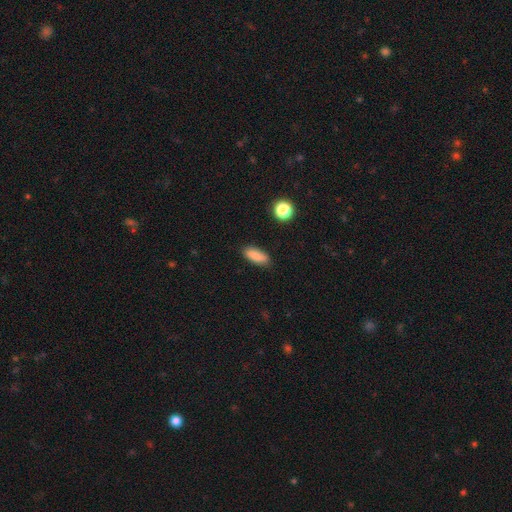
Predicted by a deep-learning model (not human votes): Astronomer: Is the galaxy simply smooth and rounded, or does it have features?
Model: smooth — 86%.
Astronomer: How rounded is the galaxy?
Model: in between — 74%.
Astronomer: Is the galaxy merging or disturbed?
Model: none — 85%.